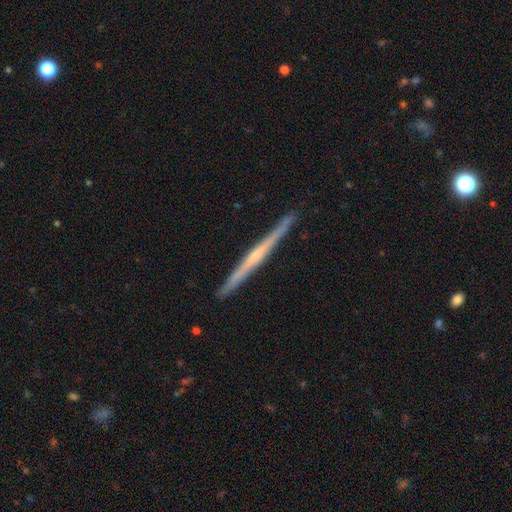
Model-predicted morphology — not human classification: type=featured or disk (76%); edge-on=yes (98%); edge-on bulge=rounded (49%); merging=none (92%).